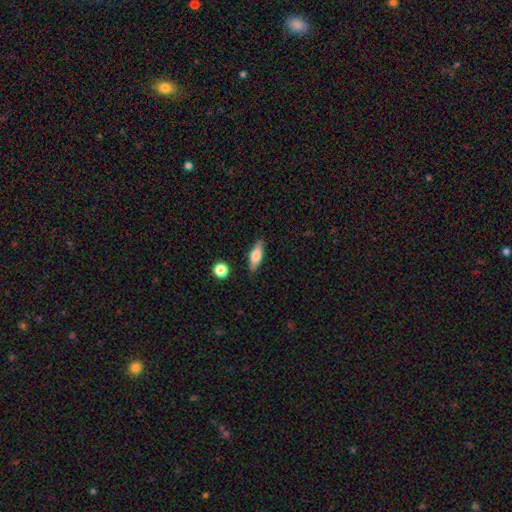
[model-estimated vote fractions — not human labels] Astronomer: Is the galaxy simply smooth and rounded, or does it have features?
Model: smooth — 65%.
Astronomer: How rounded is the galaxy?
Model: in between — 62%.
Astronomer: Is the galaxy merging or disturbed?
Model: none — 82%.